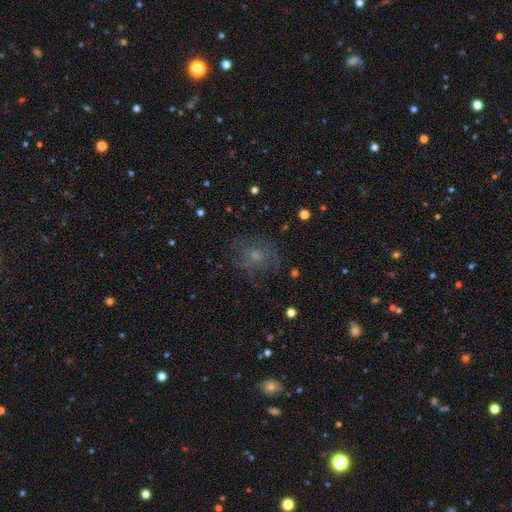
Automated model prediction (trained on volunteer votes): Smooth or featured? Predicted: featured or disk (p=0.51). Edge-on disk? Predicted: no (p=0.97). Merging? Predicted: none (p=0.66).